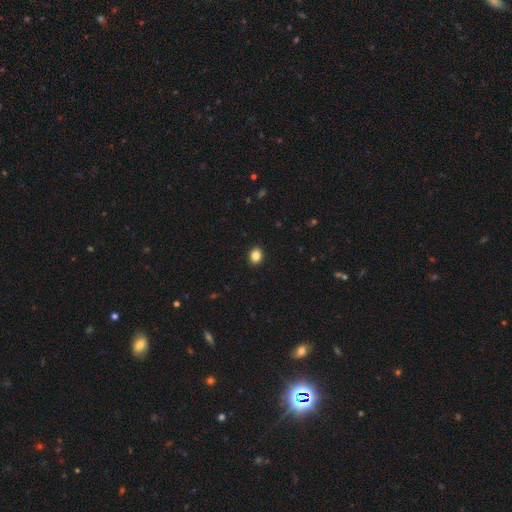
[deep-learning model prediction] This appears to be a smooth galaxy with no disk features (85%) that is round (58%). Merging: none (92%).